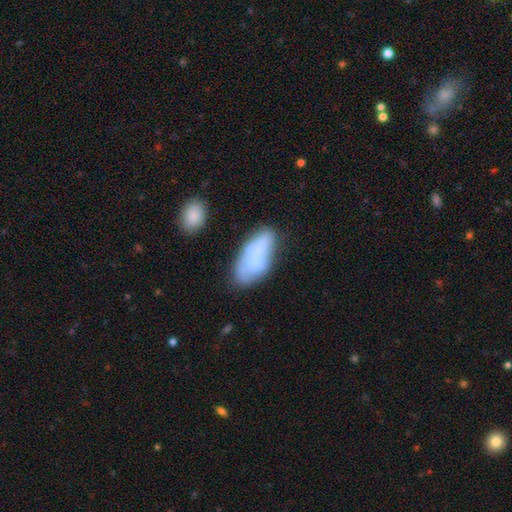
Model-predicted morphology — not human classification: Q: Smooth or featured?
A: smooth (66%); runner-up: featured or disk (25%)
Q: How rounded?
A: in between (91%); runner-up: cigar-shaped (7%)
Q: Merging?
A: none (53%); runner-up: minor disturbance (29%)